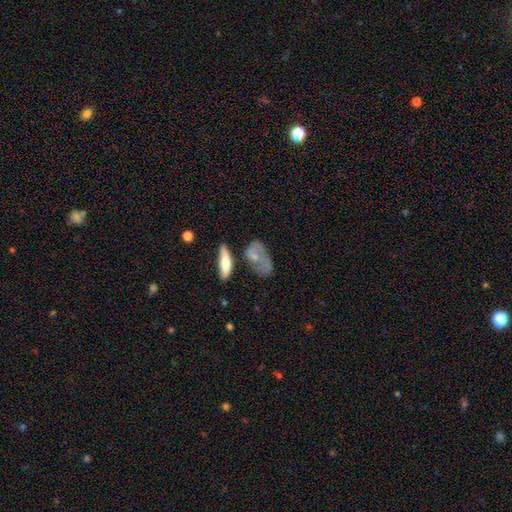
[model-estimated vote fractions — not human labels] Overall: smooth (55%; featured or disk 35%). How rounded: in between (78%). Merging: none (40%; minor disturbance 24%).